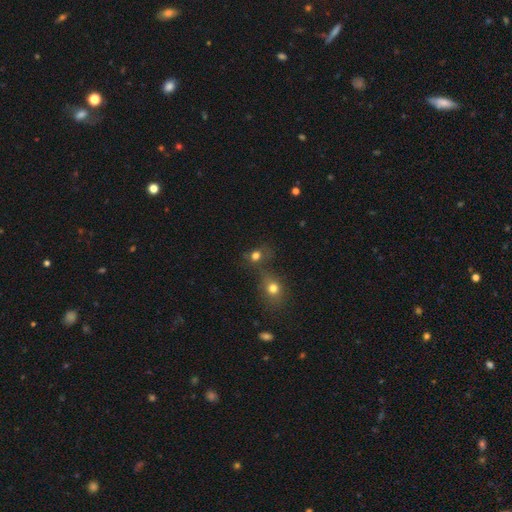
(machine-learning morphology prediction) This is likely a smooth galaxy (73%). How rounded: likely round (68%). Merging: possibly none (48%).